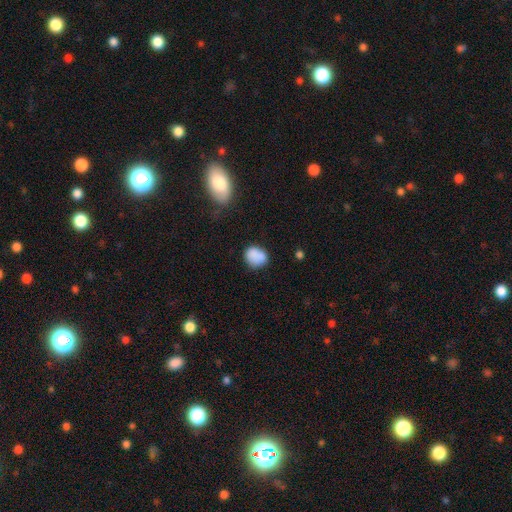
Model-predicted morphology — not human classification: smooth 84%, star or artifact 9%, featured or disk 7%. Down the decision tree: how rounded — round (60%); merging — none (65%).